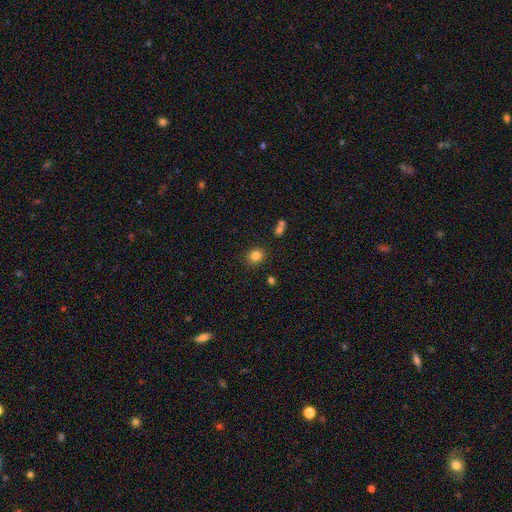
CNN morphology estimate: smooth-or-featured: smooth: 83% | star or artifact: 11% | featured or disk: 6%
  how-rounded: round: 73% | in between: 26% | cigar-shaped: 1%
  merging: none: 86% | minor disturbance: 9% | merger: 3% | major disturbance: 3%